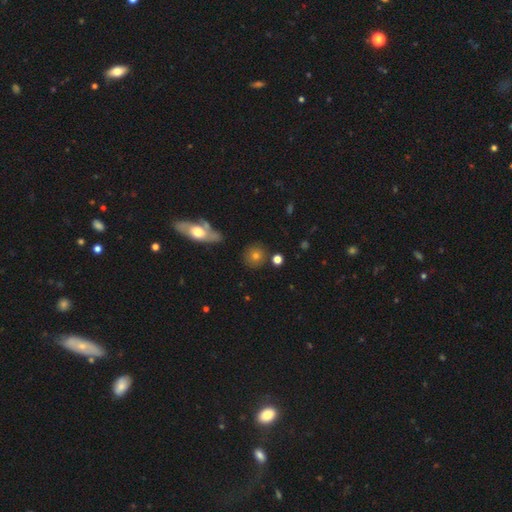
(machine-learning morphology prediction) smooth_or_featured: smooth (p=0.72) [alt: featured or disk p=0.15]
how_rounded: round (p=0.88) [alt: in between p=0.10]
merging: none (p=0.82) [alt: minor disturbance p=0.09]